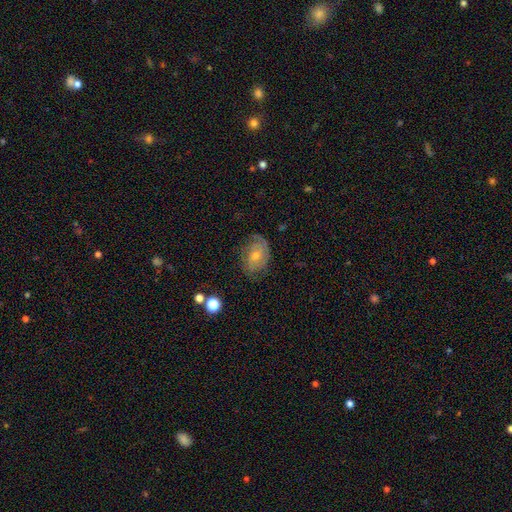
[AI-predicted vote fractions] featured or disk 66%, smooth 23%, star or artifact 11%. Down the decision tree: edge-on disk — no (96%); bar — no (69%); spiral arms — yes (85%); spiral arm count — can't tell (42%); spiral winding — tight (60%); bulge size — moderate (49%); merging — none (74%).